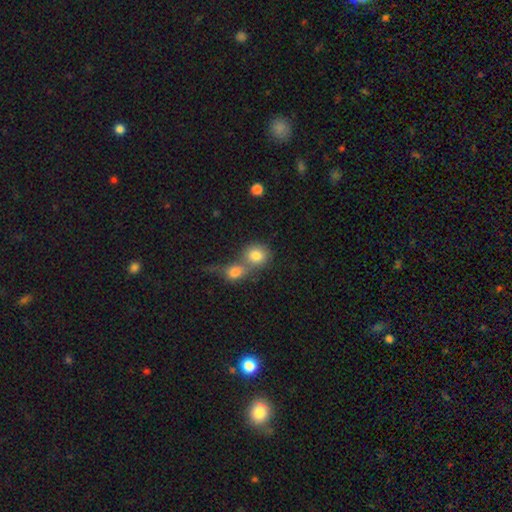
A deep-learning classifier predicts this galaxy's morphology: Smooth or featured? smooth (81%)
How rounded? round (76%)
Merging? merger (60%)